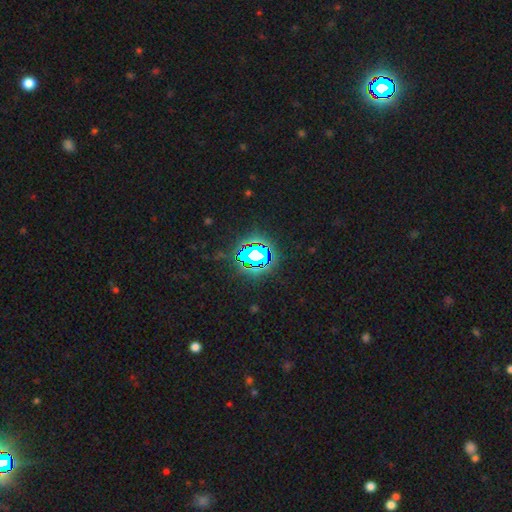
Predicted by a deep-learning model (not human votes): A star or artifact, not a galaxy (76%).

Vote fractions:
- Smooth or featured? star or artifact: 76% / smooth: 14% / featured or disk: 11%